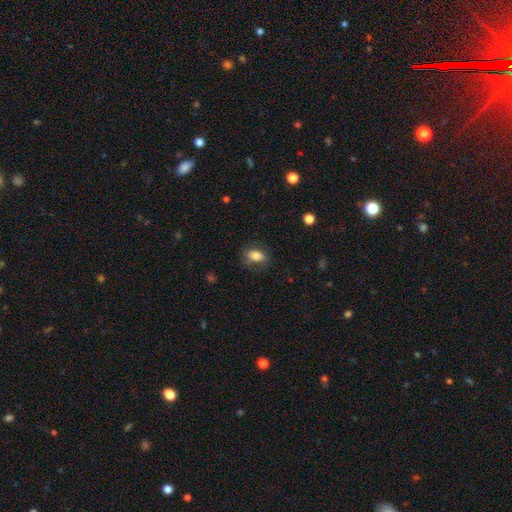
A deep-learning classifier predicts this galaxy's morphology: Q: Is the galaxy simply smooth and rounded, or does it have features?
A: smooth — 79%.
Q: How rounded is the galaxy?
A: in between — 83%.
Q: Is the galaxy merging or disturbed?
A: none — 72%.